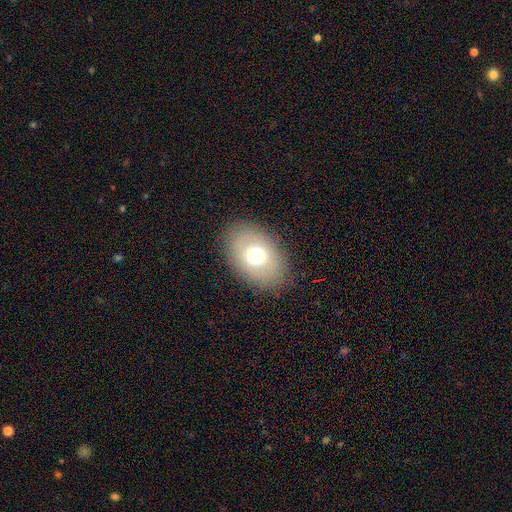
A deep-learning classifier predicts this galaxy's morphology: Smooth or featured? smooth (66%)
How rounded? in between (81%)
Merging? none (84%)